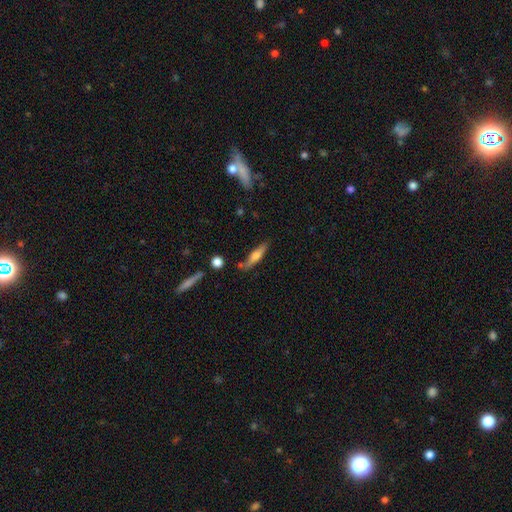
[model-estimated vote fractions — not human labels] Smooth or featured? smooth (49%)
Merging? none (77%)